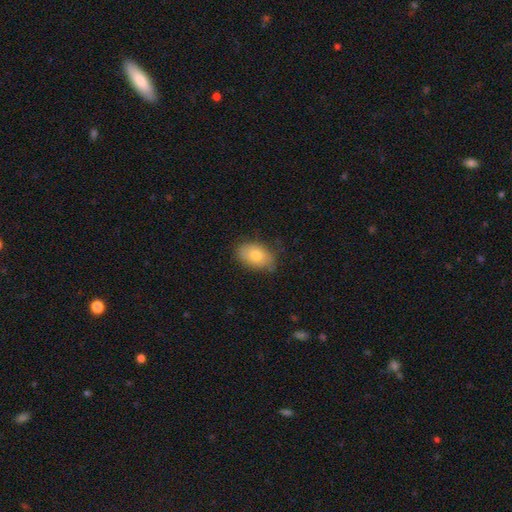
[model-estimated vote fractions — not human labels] Morphology: type=smooth (76%); roundness=in between (88%); merging=none (77%).